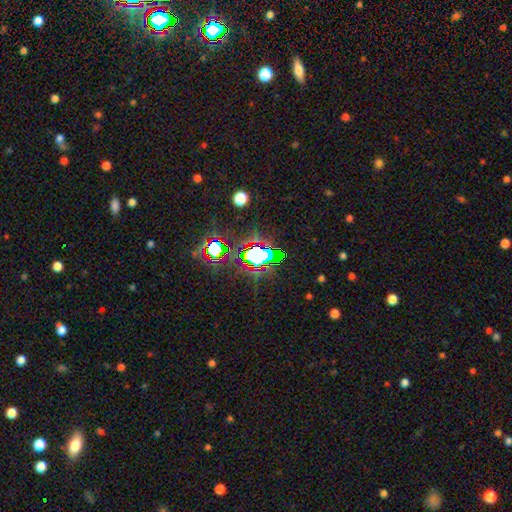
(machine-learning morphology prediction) smooth_or_featured: star or artifact (p=0.70) [alt: smooth p=0.19]